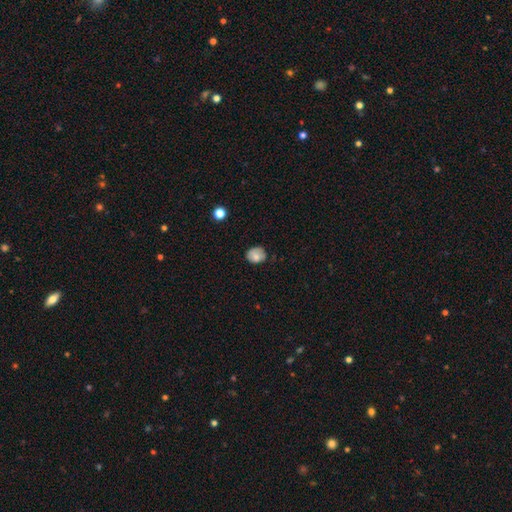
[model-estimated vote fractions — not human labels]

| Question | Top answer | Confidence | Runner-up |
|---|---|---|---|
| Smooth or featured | smooth | 77% | featured or disk (14%) |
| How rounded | round | 60% | in between (39%) |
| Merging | none | 64% | minor disturbance (28%) |